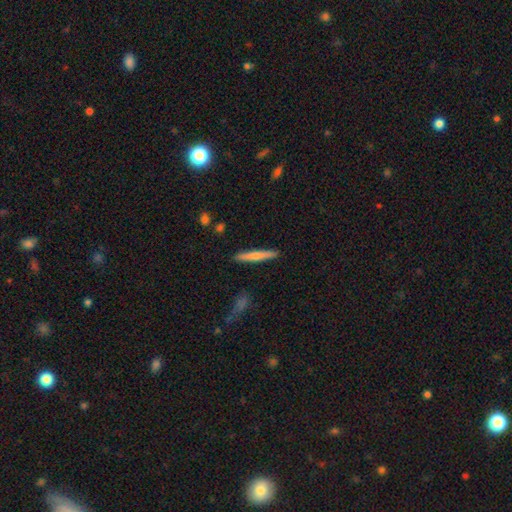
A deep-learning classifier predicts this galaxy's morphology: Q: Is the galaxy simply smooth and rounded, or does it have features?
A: smooth — 64%.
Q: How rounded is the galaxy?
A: cigar-shaped — 94%.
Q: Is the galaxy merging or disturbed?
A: none — 90%.